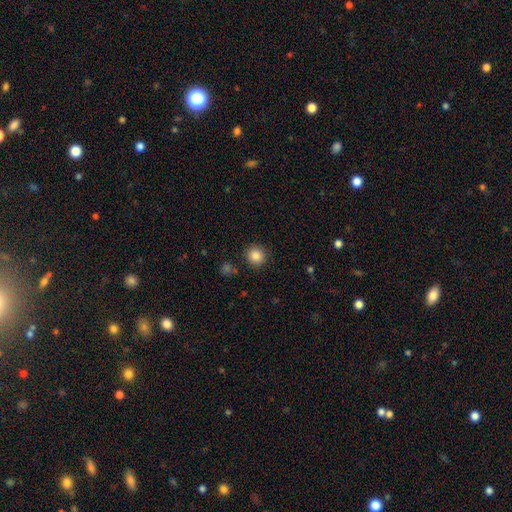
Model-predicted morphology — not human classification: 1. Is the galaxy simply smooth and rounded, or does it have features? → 86% smooth, 10% star or artifact, 4% featured or disk.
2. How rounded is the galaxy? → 91% round, 8% in between, 1% cigar-shaped.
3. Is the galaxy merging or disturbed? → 89% none, 7% minor disturbance, 2% major disturbance, 2% merger.